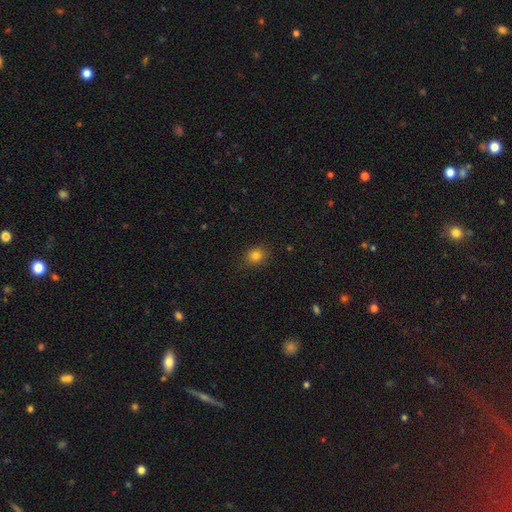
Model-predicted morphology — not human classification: Smooth or featured?
  - smooth: 81% *
  - star or artifact: 14%
  - featured or disk: 6%
How rounded?
  - round: 65% *
  - in between: 33%
  - cigar-shaped: 1%
Merging?
  - none: 86% *
  - minor disturbance: 10%
  - major disturbance: 3%
  - merger: 1%